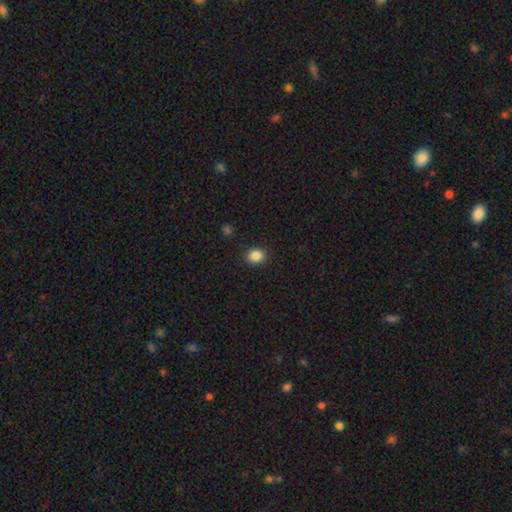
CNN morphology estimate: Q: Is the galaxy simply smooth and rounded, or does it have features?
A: smooth — 87%.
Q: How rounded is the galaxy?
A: round — 69%.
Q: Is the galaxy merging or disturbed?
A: none — 90%.